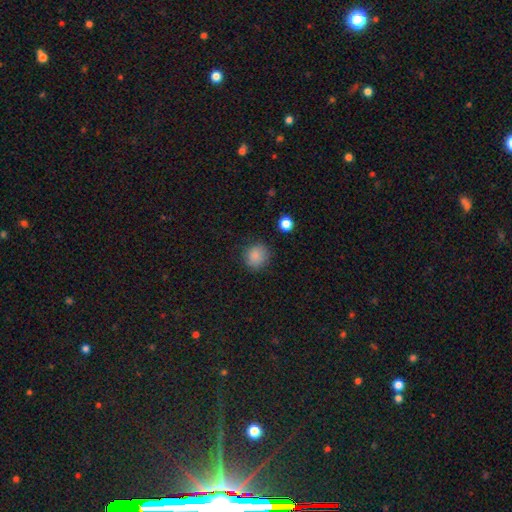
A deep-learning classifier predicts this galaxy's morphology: This appears to be a smooth galaxy with no disk features (86%) that is round (85%). Merging: none (82%).